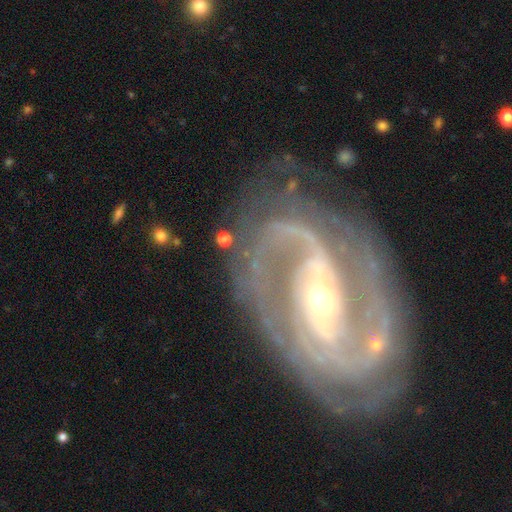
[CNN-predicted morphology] This is clearly a featured or disk galaxy (92%). It is clearly not viewed edge-on (97%). Bar: possibly strong (45%). Spiral arm pattern: clearly yes (98%). Spiral arm count: likely 2 (73%). Spiral winding: possibly tight (46%). Central bulge: possibly small (49%). Merging: likely none (72%).